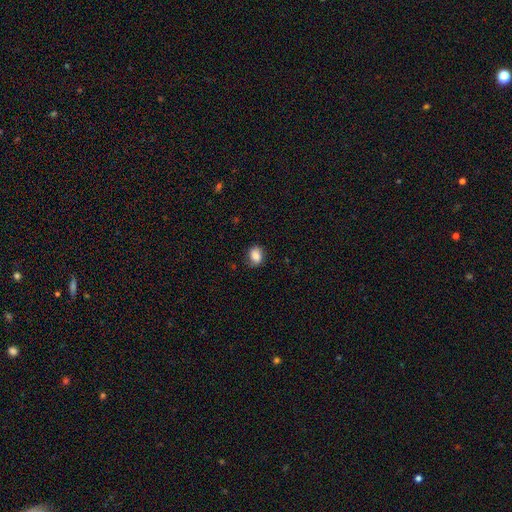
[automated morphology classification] Smooth or featured: smooth — 84% (star or artifact — 9%)
How rounded: in between — 57% (round — 42%)
Merging: none — 77% (minor disturbance — 17%)